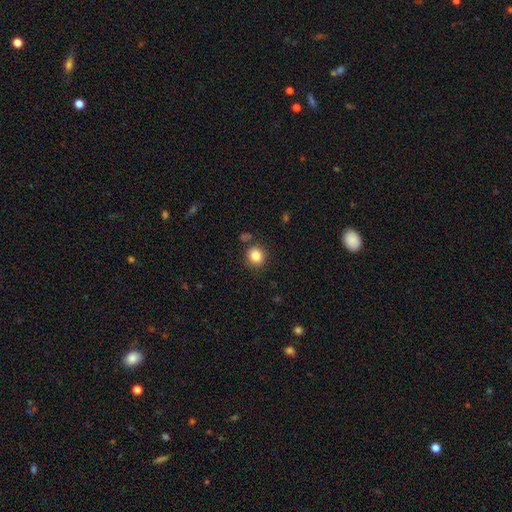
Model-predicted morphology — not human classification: smooth 84%, star or artifact 11%, featured or disk 5%. Down the decision tree: how rounded — round (83%); merging — none (84%).